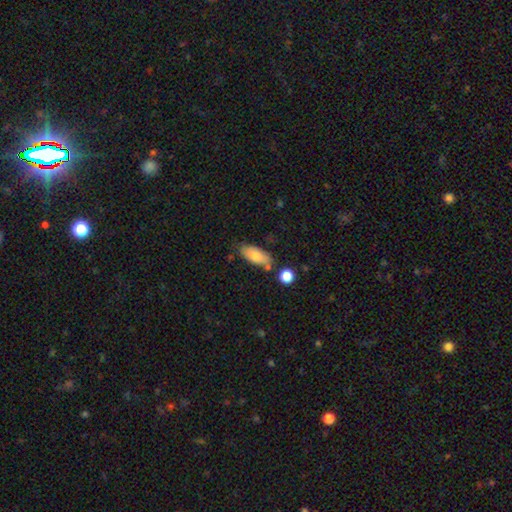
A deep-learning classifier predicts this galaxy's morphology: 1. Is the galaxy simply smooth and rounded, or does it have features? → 79% smooth, 14% featured or disk, 7% star or artifact.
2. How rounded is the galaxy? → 86% in between, 12% cigar-shaped, 3% round.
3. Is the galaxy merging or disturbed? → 69% none, 19% minor disturbance, 7% merger, 4% major disturbance.